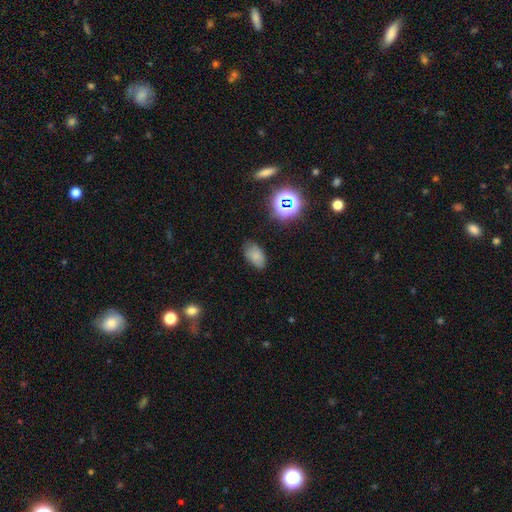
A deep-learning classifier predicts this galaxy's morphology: smooth_or_featured: smooth (p=0.74) [alt: star or artifact p=0.16]
how_rounded: in between (p=0.91) [alt: round p=0.07]
merging: none (p=0.74) [alt: minor disturbance p=0.19]